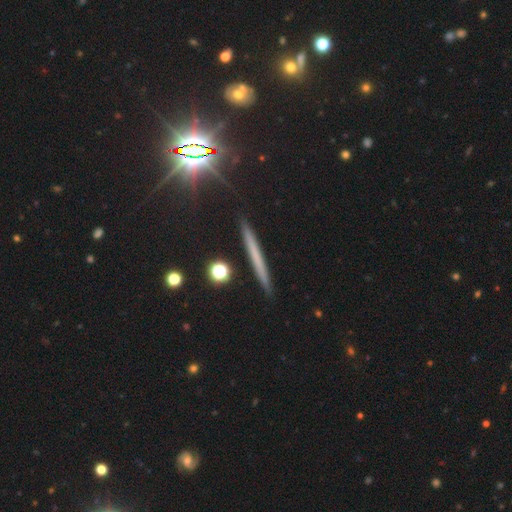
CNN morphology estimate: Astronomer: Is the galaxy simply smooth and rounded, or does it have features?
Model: smooth — 43% (runner-up: featured or disk, 40%).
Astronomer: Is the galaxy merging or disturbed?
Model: none — 90%.